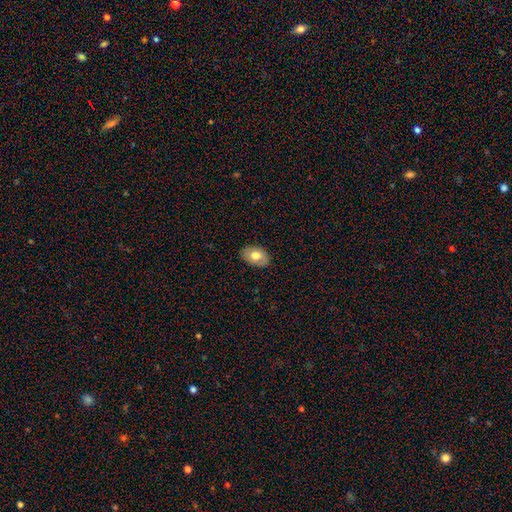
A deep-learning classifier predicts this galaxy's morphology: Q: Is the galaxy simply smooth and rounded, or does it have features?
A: smooth — 73%.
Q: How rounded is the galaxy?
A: in between — 86%.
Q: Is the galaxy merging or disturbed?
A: none — 86%.